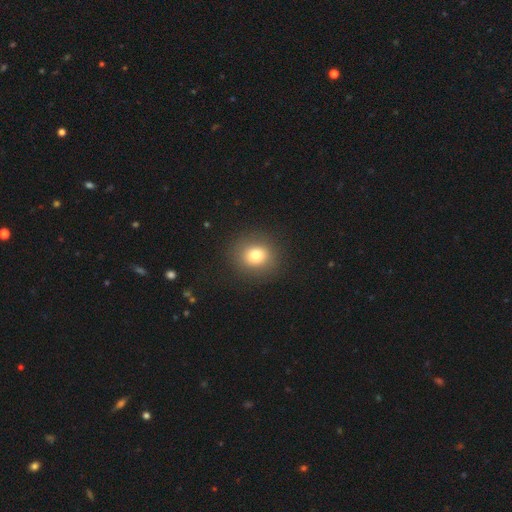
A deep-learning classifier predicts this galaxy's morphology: smooth_or_featured: smooth (p=0.77) [alt: star or artifact p=0.13]
how_rounded: round (p=0.84) [alt: in between p=0.15]
merging: none (p=0.89) [alt: minor disturbance p=0.07]